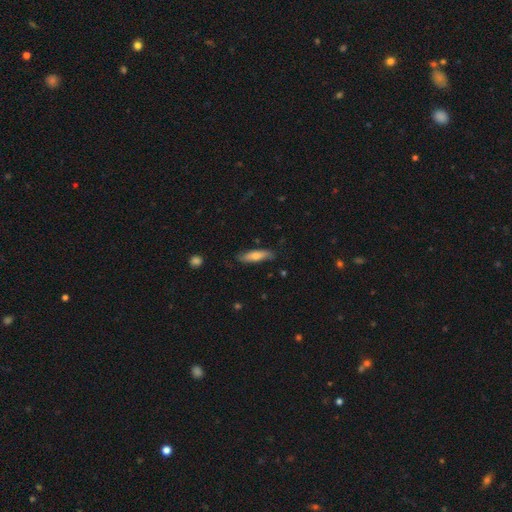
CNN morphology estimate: smooth-or-featured: smooth: 70% | featured or disk: 24% | star or artifact: 6%
  how-rounded: cigar-shaped: 67% | in between: 31% | round: 2%
  merging: none: 80% | minor disturbance: 16% | major disturbance: 3% | merger: 1%